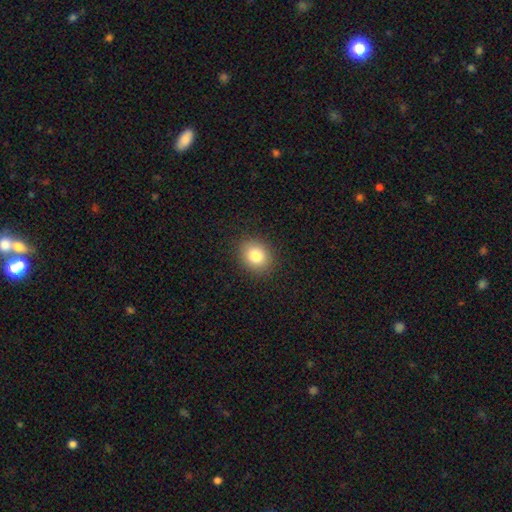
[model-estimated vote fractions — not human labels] Smooth or featured? Predicted: smooth (p=0.82). How rounded? Predicted: round (p=0.58). Merging? Predicted: none (p=0.89).